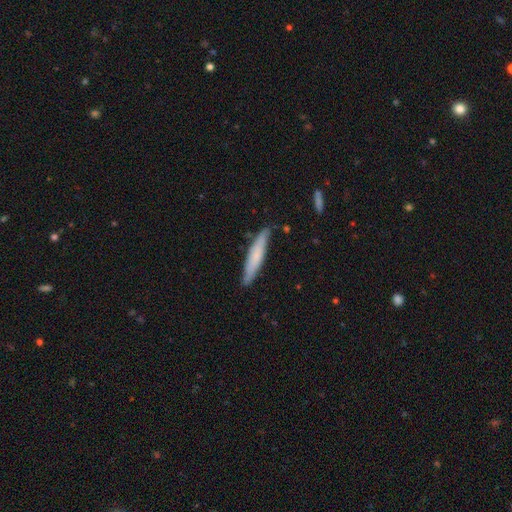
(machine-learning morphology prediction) Smooth or featured: smooth — 66% (featured or disk — 28%)
How rounded: cigar-shaped — 90% (in between — 9%)
Merging: none — 83% (minor disturbance — 13%)